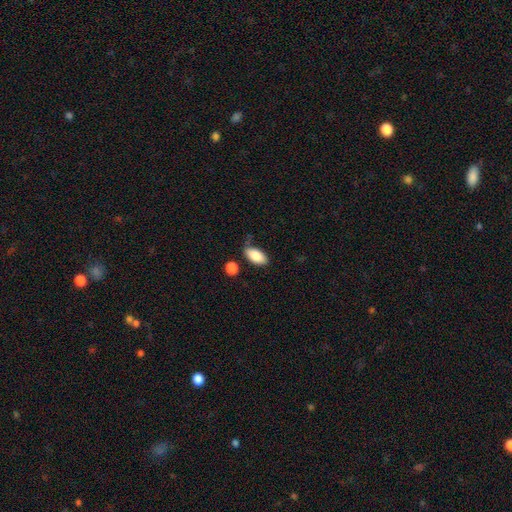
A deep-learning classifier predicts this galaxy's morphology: smooth 85%, featured or disk 8%, star or artifact 7%. Down the decision tree: how rounded — in between (92%); merging — none (65%).